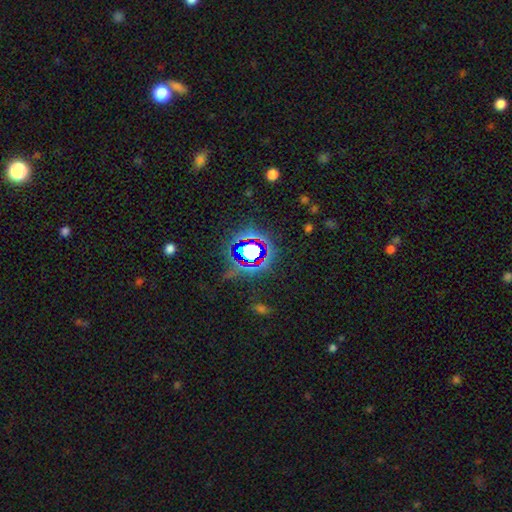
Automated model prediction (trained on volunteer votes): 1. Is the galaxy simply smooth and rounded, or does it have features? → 78% star or artifact, 12% smooth, 9% featured or disk.